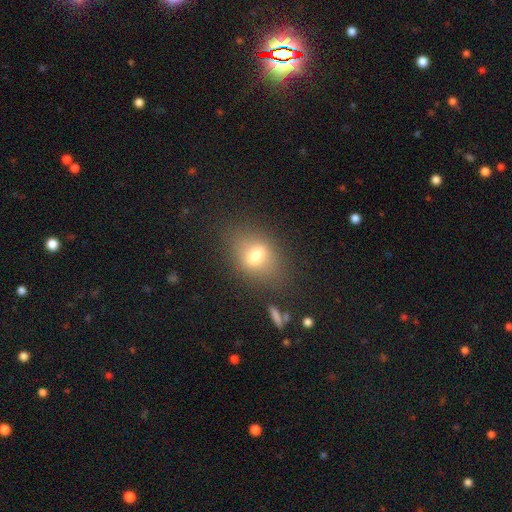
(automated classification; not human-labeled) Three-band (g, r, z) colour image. It shows a smooth galaxy with no disk features (69%) that is in between round and cigar-shaped (65%). Merging: none (73%).